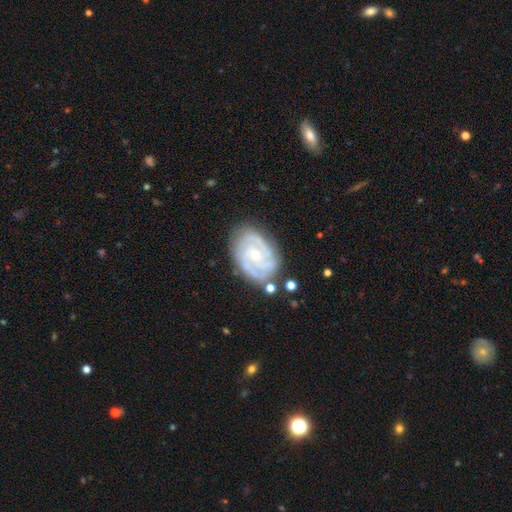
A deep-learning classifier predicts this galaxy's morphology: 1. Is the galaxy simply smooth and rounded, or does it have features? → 87% featured or disk, 8% smooth, 5% star or artifact.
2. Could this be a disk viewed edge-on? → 97% no, 3% yes.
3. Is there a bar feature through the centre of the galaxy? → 65% no, 29% weak, 6% strong.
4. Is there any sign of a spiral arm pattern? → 97% yes, 3% no.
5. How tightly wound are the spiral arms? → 67% tight, 29% medium, 4% loose.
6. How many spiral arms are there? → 40% 3, 25% 2, 14% can't tell, 12% 4, 4% more than 4, 4% 1.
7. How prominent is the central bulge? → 67% small, 30% moderate, 1% none, 1% large, 1% dominant.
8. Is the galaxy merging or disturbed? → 76% none, 17% minor disturbance, 5% major disturbance, 3% merger.